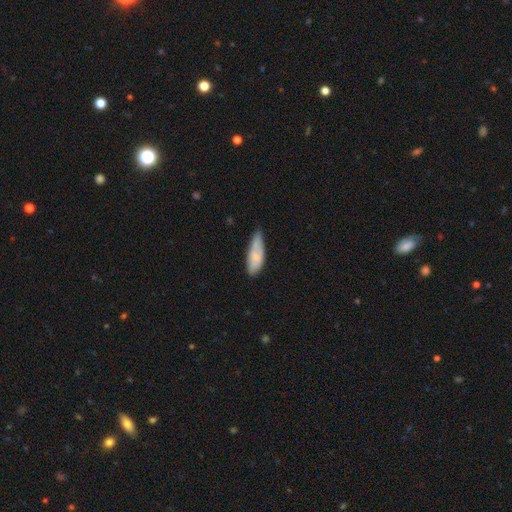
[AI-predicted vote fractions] smooth-or-featured: smooth: 77% | featured or disk: 17% | star or artifact: 6%
  how-rounded: in between: 61% | cigar-shaped: 37% | round: 2%
  merging: none: 53% | minor disturbance: 37% | major disturbance: 7% | merger: 3%